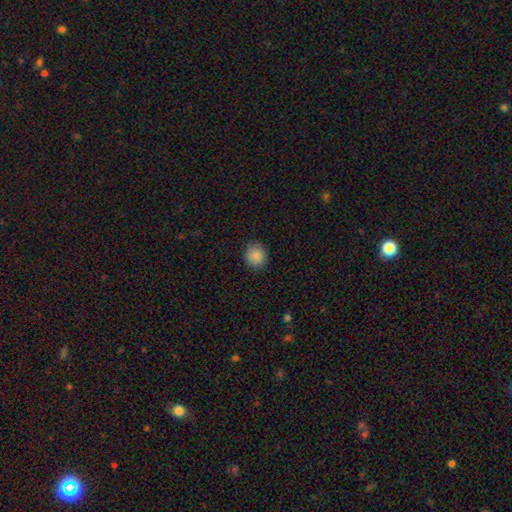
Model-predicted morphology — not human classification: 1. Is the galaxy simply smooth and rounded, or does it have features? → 87% smooth, 9% star or artifact, 4% featured or disk.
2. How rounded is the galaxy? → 88% round, 11% in between, 1% cigar-shaped.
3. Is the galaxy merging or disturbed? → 88% none, 8% minor disturbance, 2% major disturbance, 1% merger.